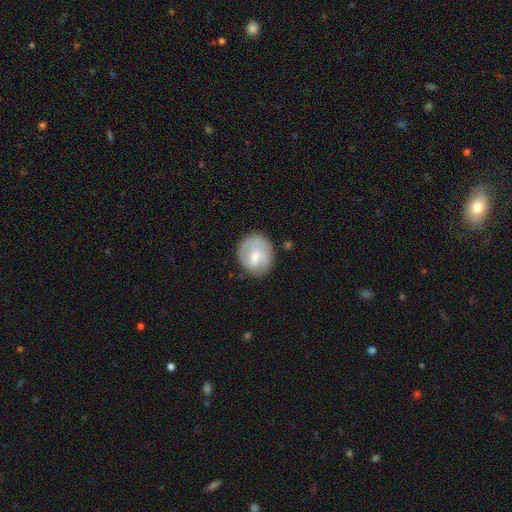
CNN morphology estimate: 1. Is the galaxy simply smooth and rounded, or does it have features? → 48% smooth, 46% featured or disk, 6% star or artifact.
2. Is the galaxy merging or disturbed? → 68% none, 20% minor disturbance, 9% major disturbance, 2% merger.